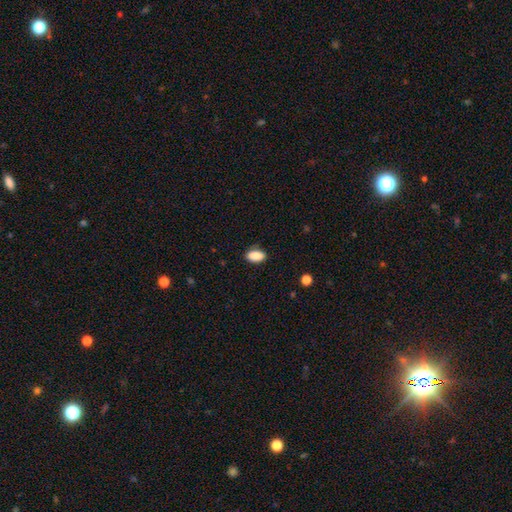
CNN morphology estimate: type=smooth (89%); roundness=in between (92%); merging=none (84%).